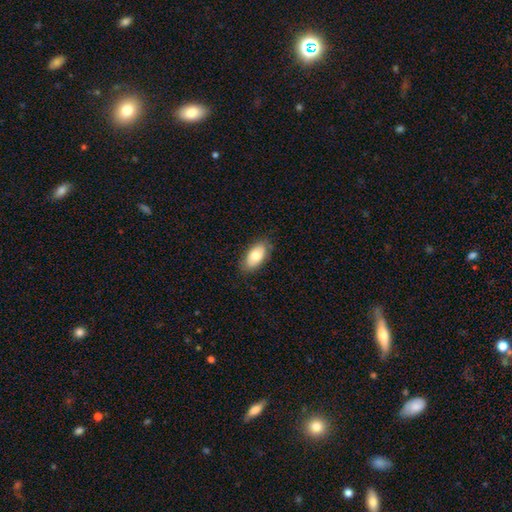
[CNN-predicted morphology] A smooth galaxy with no disk features (77%) that is in between round and cigar-shaped (93%).

Vote fractions:
- Smooth or featured? smooth: 77% / featured or disk: 17% / star or artifact: 6%
- How rounded? in between: 93% / round: 4% / cigar-shaped: 3%
- Merging? none: 84% / minor disturbance: 13% / major disturbance: 3% / merger: 1%